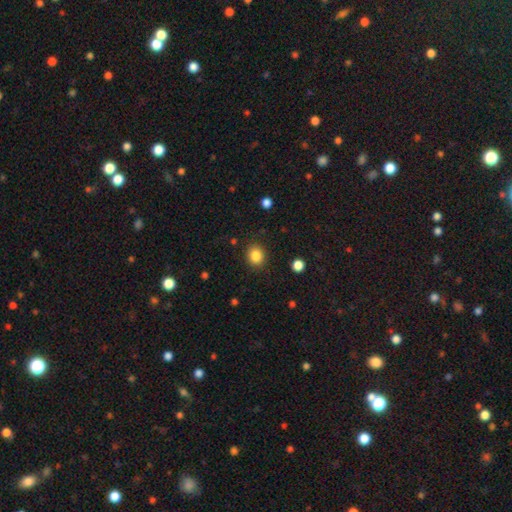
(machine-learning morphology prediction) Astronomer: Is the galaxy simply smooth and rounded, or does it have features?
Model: smooth — 85%.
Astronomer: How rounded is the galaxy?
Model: round — 76%.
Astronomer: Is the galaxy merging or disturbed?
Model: none — 89%.